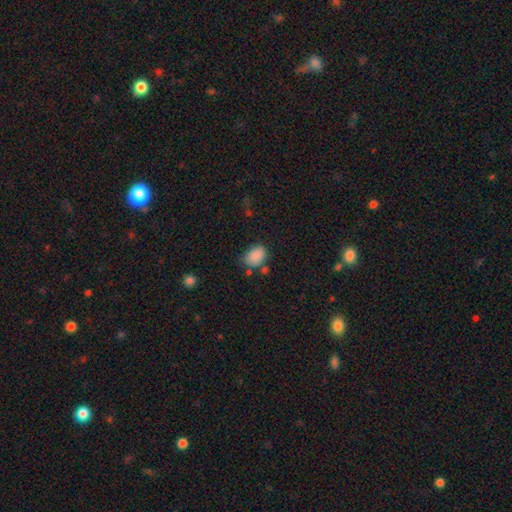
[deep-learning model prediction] Q: Smooth or featured?
A: smooth (87%); runner-up: star or artifact (9%)
Q: How rounded?
A: in between (78%); runner-up: round (21%)
Q: Merging?
A: none (63%); runner-up: minor disturbance (22%)